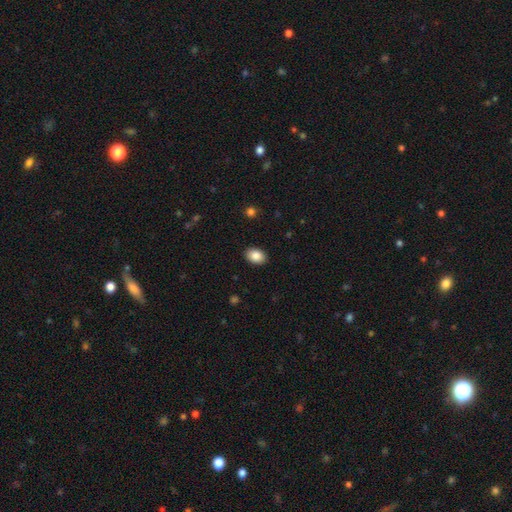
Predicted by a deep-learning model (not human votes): Smooth or featured?
  - smooth: 88% *
  - star or artifact: 8%
  - featured or disk: 5%
How rounded?
  - in between: 81% *
  - round: 18%
  - cigar-shaped: 1%
Merging?
  - none: 90% *
  - minor disturbance: 7%
  - major disturbance: 2%
  - merger: 1%